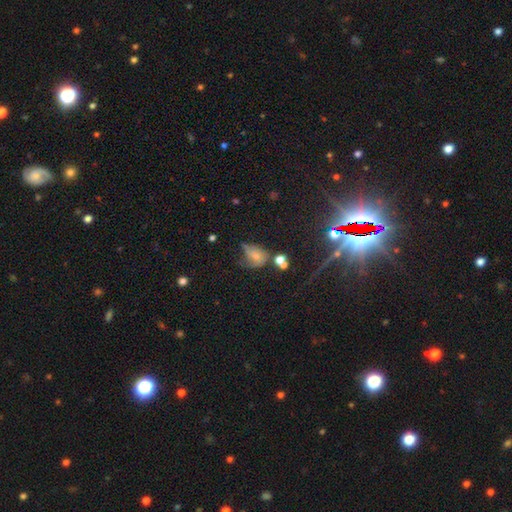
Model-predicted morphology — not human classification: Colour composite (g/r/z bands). It shows a smooth galaxy with no disk features (54%) that is in between round and cigar-shaped (65%). Merging: major disturbance (31%, tied with minor disturbance).